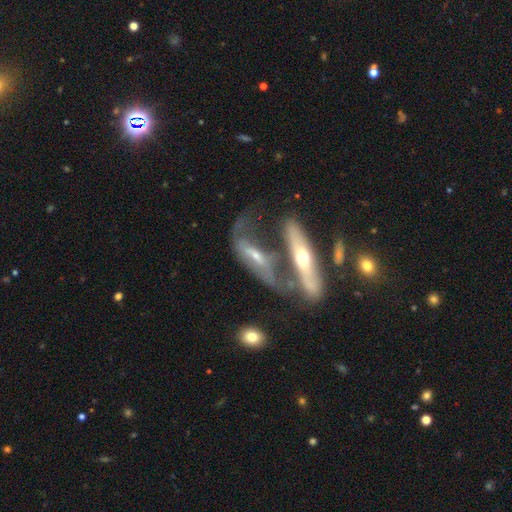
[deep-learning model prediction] Smooth or featured: featured or disk — 68% (smooth — 24%)
Edge-on disk: no — 54% (yes — 46%)
Merging: merger — 44% (none — 23%)